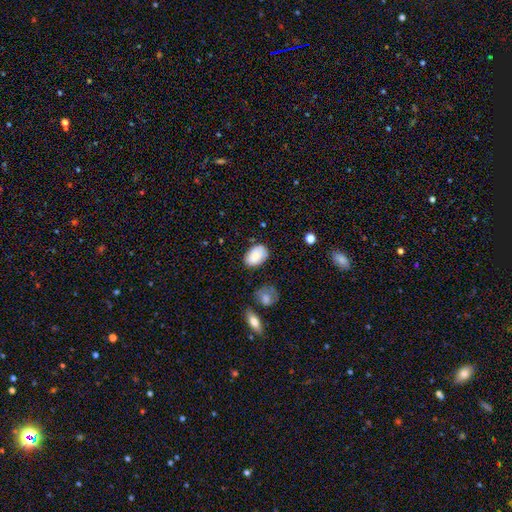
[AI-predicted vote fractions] A smooth galaxy with no disk features (83%) that is in between round and cigar-shaped (89%). Merging: none (70%).